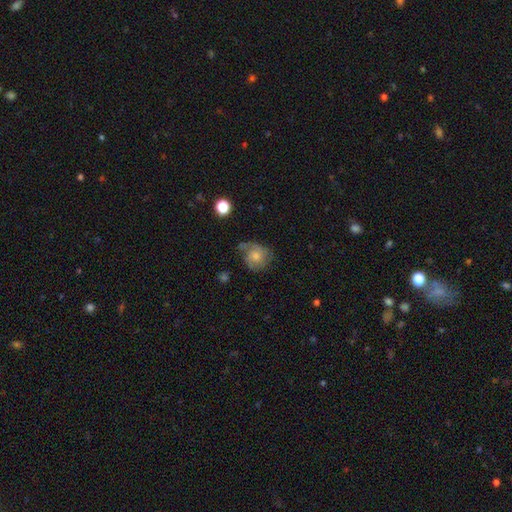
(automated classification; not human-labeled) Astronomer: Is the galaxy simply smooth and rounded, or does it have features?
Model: featured or disk — 47% (runner-up: smooth, 44%).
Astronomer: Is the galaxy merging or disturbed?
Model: none — 49% (runner-up: minor disturbance, 29%).